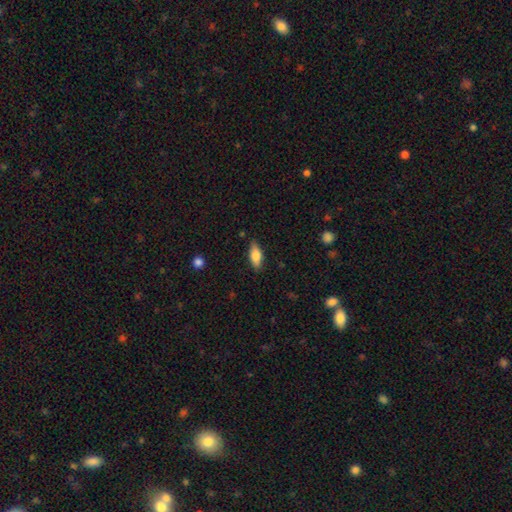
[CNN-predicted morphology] Smooth or featured? Predicted: smooth (p=0.76). How rounded? Predicted: in between (p=0.77). Merging? Predicted: none (p=0.83).